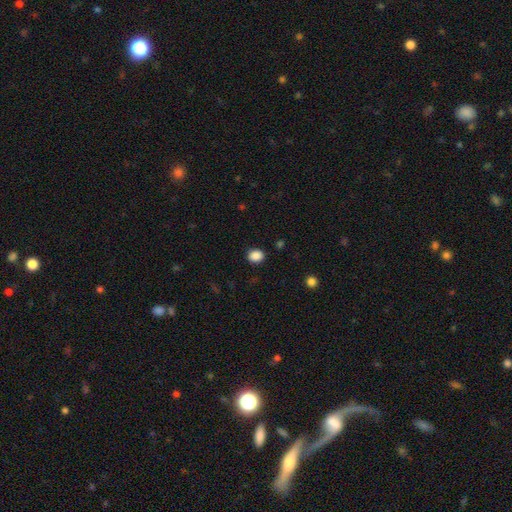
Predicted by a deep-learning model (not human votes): smooth 88%, star or artifact 9%, featured or disk 3%. Down the decision tree: how rounded — round (52%); merging — none (88%).